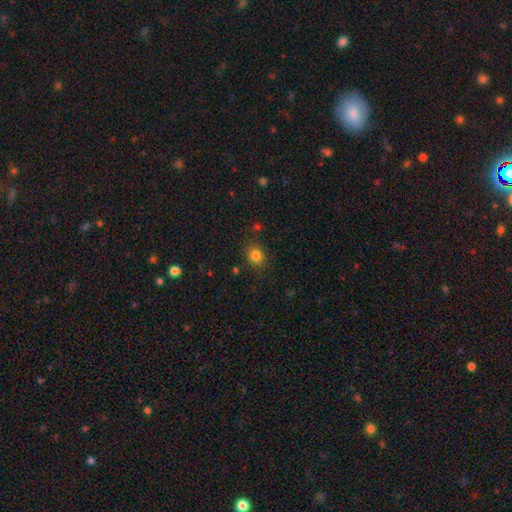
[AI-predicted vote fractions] A smooth galaxy with no disk features (82%) that is round (71%).

Vote fractions:
- Smooth or featured? smooth: 82% / star or artifact: 13% / featured or disk: 5%
- How rounded? round: 71% / in between: 28% / cigar-shaped: 1%
- Merging? none: 83% / minor disturbance: 11% / major disturbance: 3% / merger: 2%